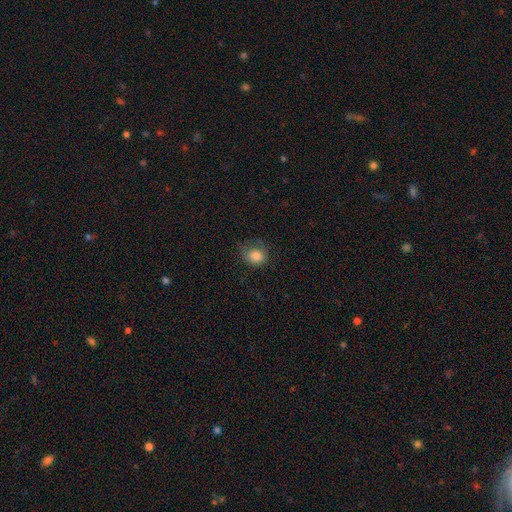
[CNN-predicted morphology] smooth 82%, star or artifact 9%, featured or disk 9%. Down the decision tree: how rounded — round (67%); merging — none (51%).